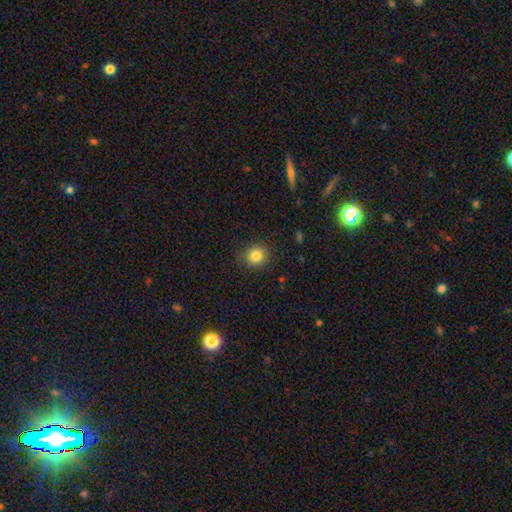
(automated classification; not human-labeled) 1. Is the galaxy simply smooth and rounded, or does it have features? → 83% smooth, 11% star or artifact, 6% featured or disk.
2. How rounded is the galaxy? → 87% round, 12% in between, 1% cigar-shaped.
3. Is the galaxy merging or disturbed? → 86% none, 10% minor disturbance, 3% major disturbance, 1% merger.